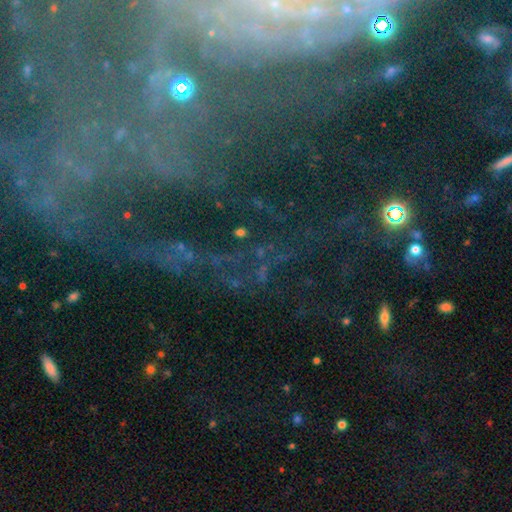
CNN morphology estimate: Smooth or featured: star or artifact — 71% (featured or disk — 16%)